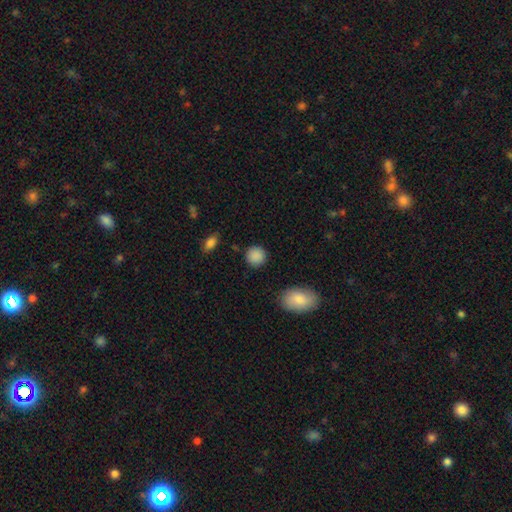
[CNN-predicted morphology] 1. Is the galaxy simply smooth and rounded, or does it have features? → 88% smooth, 8% star or artifact, 4% featured or disk.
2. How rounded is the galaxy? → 89% round, 10% in between, 1% cigar-shaped.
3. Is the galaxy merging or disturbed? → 88% none, 8% minor disturbance, 3% major disturbance, 2% merger.